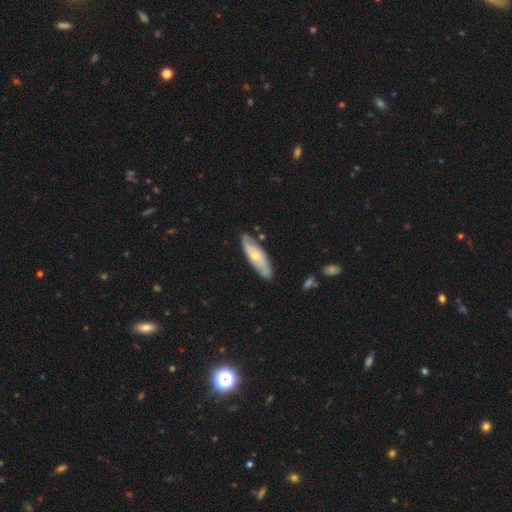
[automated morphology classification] Smooth or featured?
  - featured or disk: 52% *
  - smooth: 43%
  - star or artifact: 5%
Edge-on disk?
  - no: 73% *
  - yes: 27%
Merging?
  - none: 78% *
  - minor disturbance: 16%
  - major disturbance: 3%
  - merger: 3%